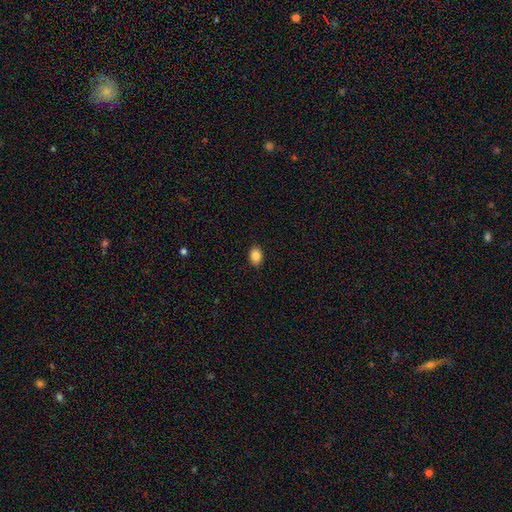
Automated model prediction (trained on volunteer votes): smooth 87%, star or artifact 8%, featured or disk 4%. Down the decision tree: how rounded — in between (74%); merging — none (88%).